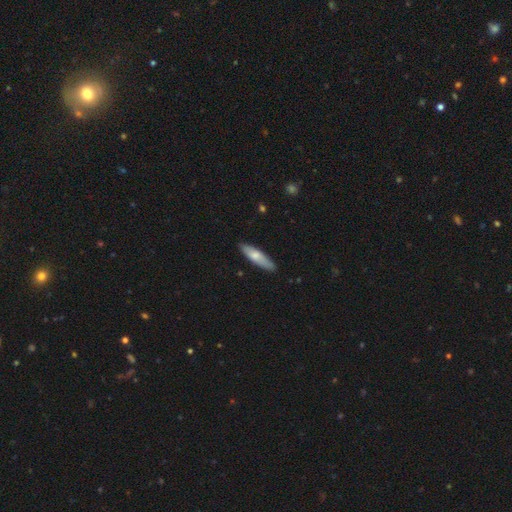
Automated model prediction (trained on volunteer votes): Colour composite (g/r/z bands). It shows a smooth galaxy with no disk features (69%) that is cigar-shaped (66%). Merging: none (85%).